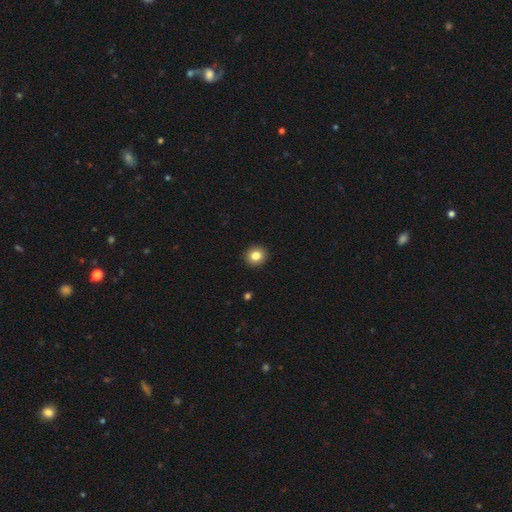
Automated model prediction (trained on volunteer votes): Overall: smooth (84%). How rounded: round (90%). Merging: none (93%).